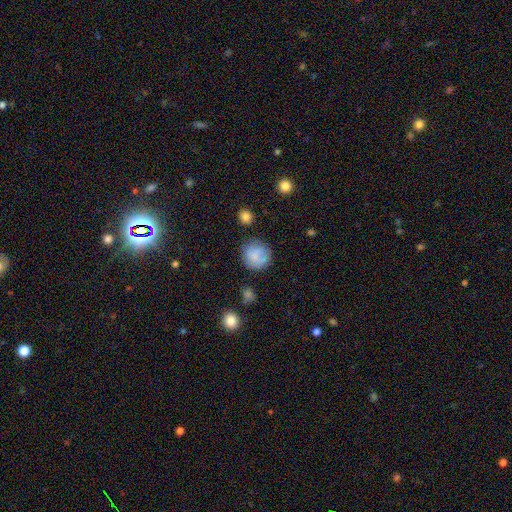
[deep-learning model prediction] Smooth or featured?
  - smooth: 80% *
  - featured or disk: 11%
  - star or artifact: 9%
How rounded?
  - round: 91% *
  - in between: 8%
  - cigar-shaped: 1%
Merging?
  - none: 75% *
  - minor disturbance: 17%
  - major disturbance: 6%
  - merger: 3%